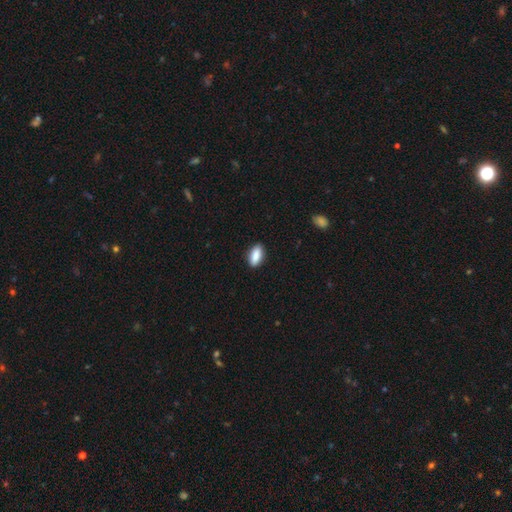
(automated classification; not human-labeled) A smooth galaxy with no disk features (88%) that is in between round and cigar-shaped (86%). Merging: none (89%).